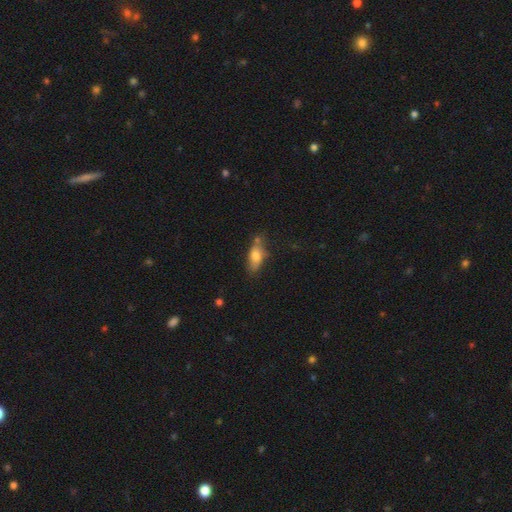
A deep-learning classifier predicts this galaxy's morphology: This appears to be a smooth galaxy with no disk features (74%) that is in between round and cigar-shaped (81%). Merging: none (55%).